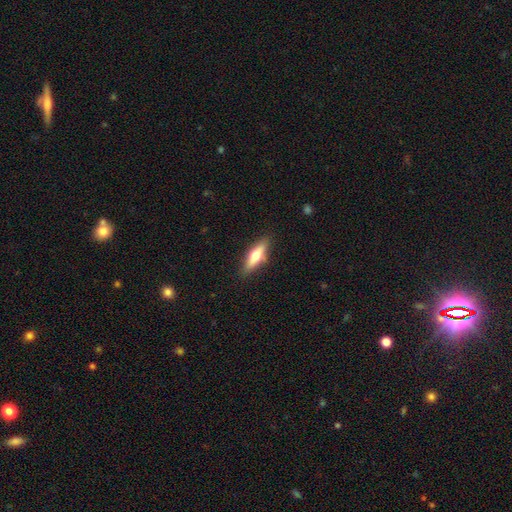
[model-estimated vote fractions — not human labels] Smooth or featured? Predicted: smooth (p=0.51). How rounded? Predicted: cigar-shaped (p=0.60). Merging? Predicted: none (p=0.87).